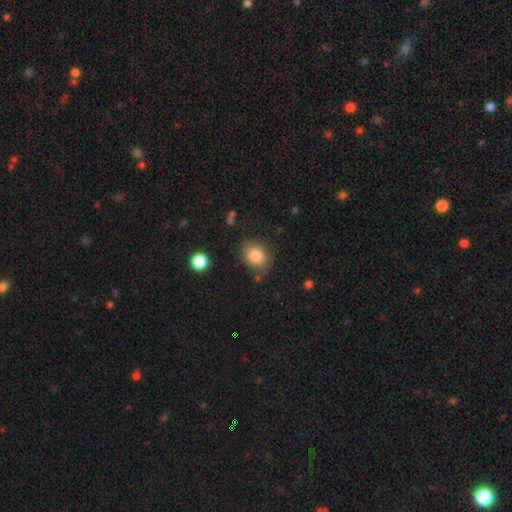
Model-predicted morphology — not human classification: type=smooth (83%); roundness=in between (51%); merging=none (76%).